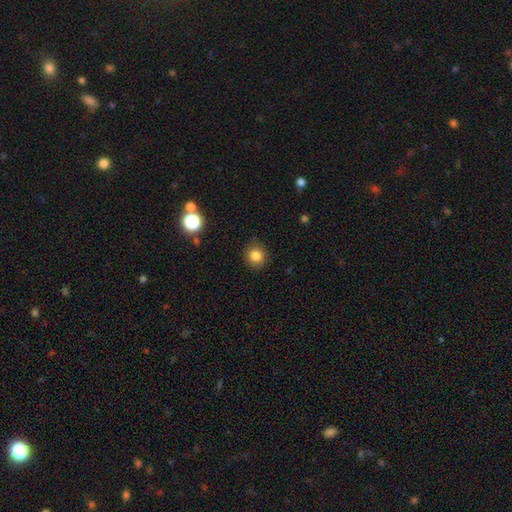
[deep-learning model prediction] Q: Smooth or featured?
A: smooth (82%); runner-up: star or artifact (12%)
Q: How rounded?
A: round (90%); runner-up: in between (10%)
Q: Merging?
A: none (90%); runner-up: minor disturbance (7%)